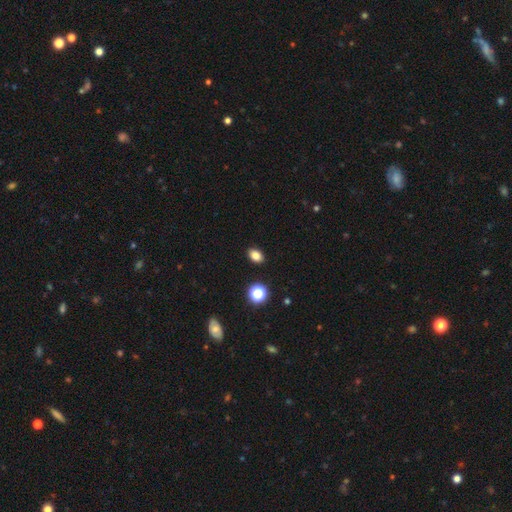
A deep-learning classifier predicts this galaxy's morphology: smooth_or_featured: smooth (p=0.82) [alt: star or artifact p=0.12]
how_rounded: in between (p=0.78) [alt: round p=0.21]
merging: none (p=0.90) [alt: minor disturbance p=0.07]